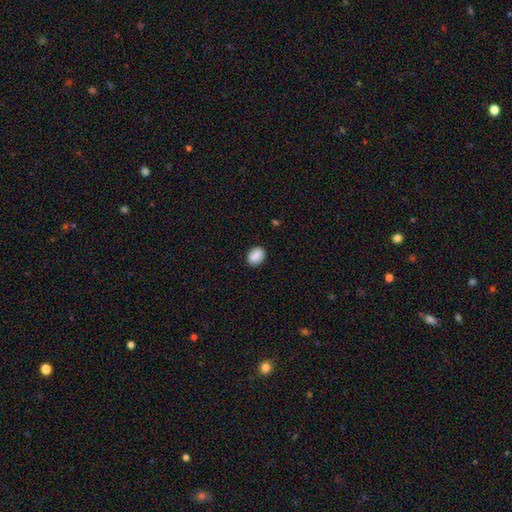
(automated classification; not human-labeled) Overall: smooth (89%). How rounded: in between (67%; round 32%). Merging: none (87%).